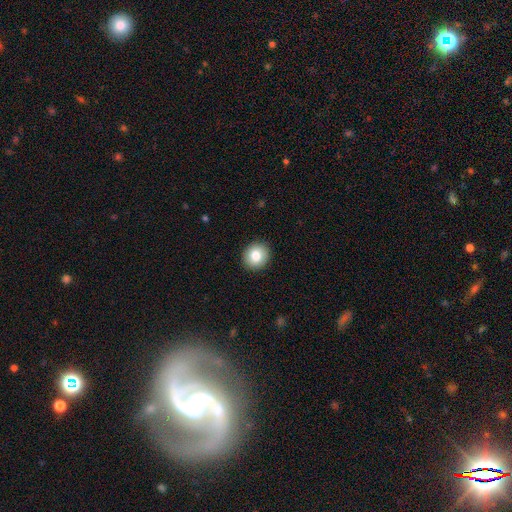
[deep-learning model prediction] smooth 82%, star or artifact 9%, featured or disk 9%. Down the decision tree: how rounded — round (85%); merging — none (92%).